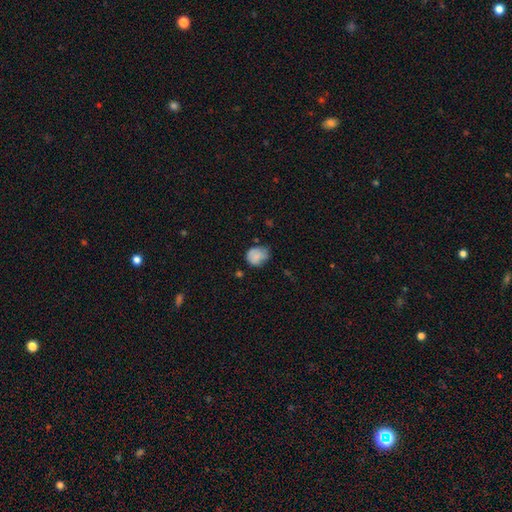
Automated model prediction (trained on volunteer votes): Smooth or featured? Predicted: smooth (p=0.78). How rounded? Predicted: round (p=0.63). Merging? Predicted: none (p=0.52).